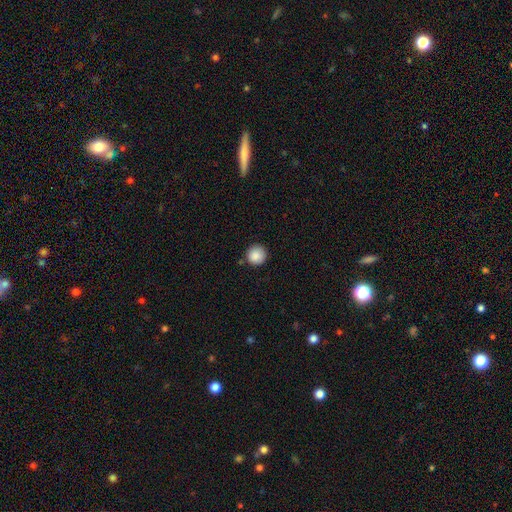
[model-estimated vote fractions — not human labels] The model was most divided on "merging": none: 86%, minor disturbance: 9%, merger: 3%, major disturbance: 2%. More confident: how rounded — round (95%); smooth or featured — smooth (87%).